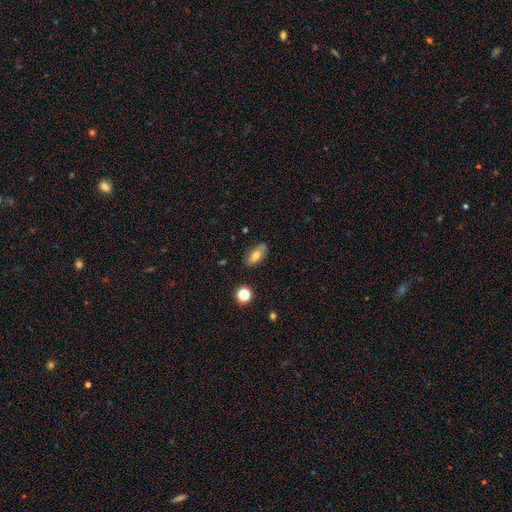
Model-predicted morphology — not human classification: Smooth or featured? Predicted: smooth (p=0.67). How rounded? Predicted: in between (p=0.84). Merging? Predicted: none (p=0.77).